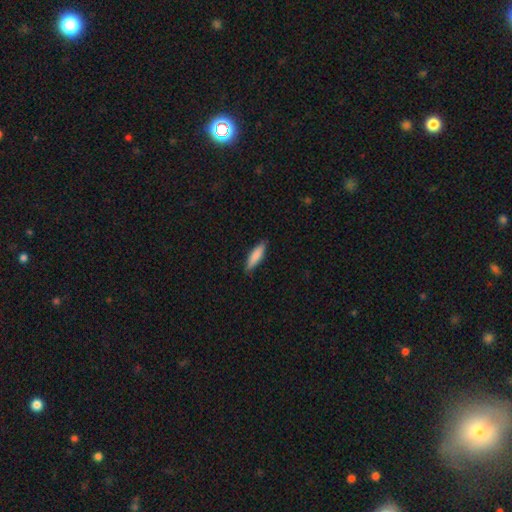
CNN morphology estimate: This appears to be a smooth galaxy with no disk features (83%) that is cigar-shaped (66%). Merging: none (85%).